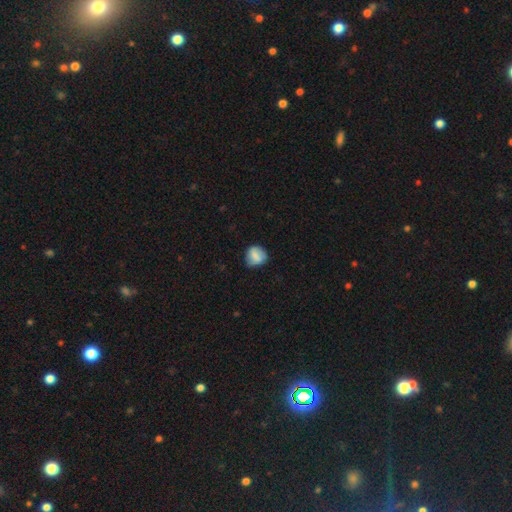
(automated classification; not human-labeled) A smooth galaxy with no disk features (77%) that is round (77%).

Vote fractions:
- Smooth or featured? smooth: 77% / featured or disk: 15% / star or artifact: 8%
- How rounded? round: 77% / in between: 22% / cigar-shaped: 1%
- Merging? none: 70% / minor disturbance: 23% / major disturbance: 5% / merger: 1%